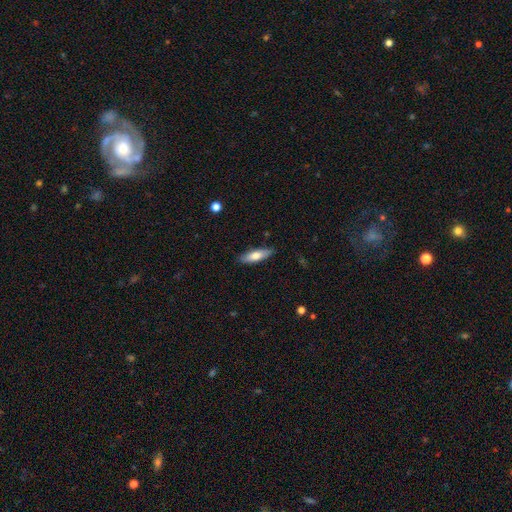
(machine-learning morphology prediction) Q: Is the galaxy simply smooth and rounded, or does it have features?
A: smooth — 68%.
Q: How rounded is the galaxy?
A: cigar-shaped — 52%.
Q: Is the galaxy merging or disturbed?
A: none — 85%.